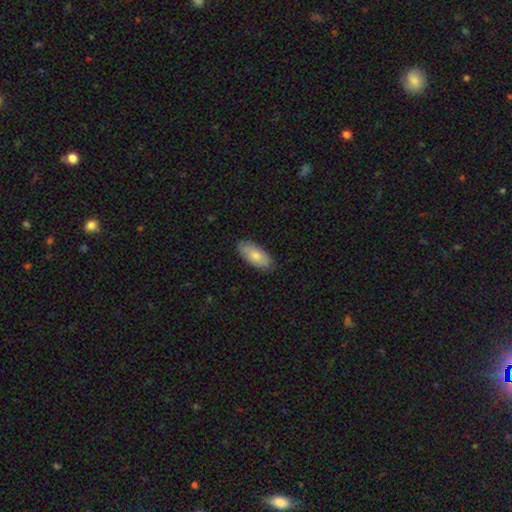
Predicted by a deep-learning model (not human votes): This is likely a smooth galaxy (79%). How rounded: clearly in between (91%). Merging: clearly none (85%).